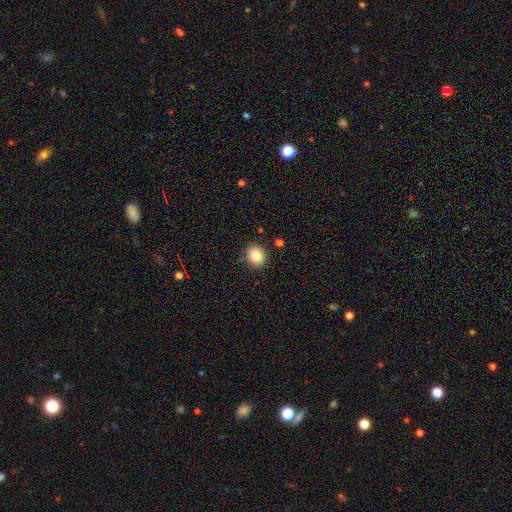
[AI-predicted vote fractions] Smooth or featured?
  - smooth: 84% *
  - star or artifact: 10%
  - featured or disk: 6%
How rounded?
  - round: 82% *
  - in between: 17%
  - cigar-shaped: 1%
Merging?
  - none: 87% *
  - minor disturbance: 8%
  - merger: 2%
  - major disturbance: 2%